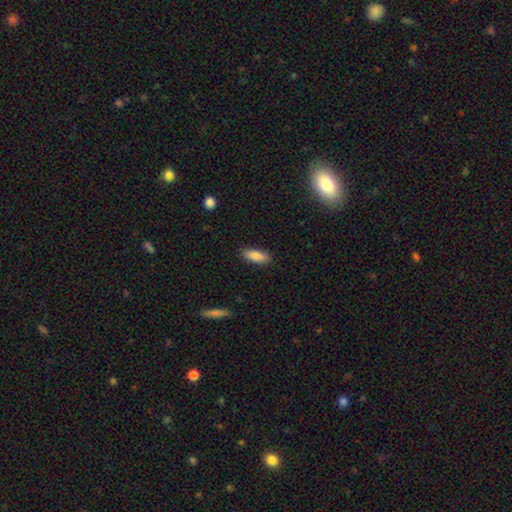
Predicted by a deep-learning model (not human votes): This is clearly a smooth galaxy (86%). How rounded: likely in between (73%). Merging: clearly none (86%).